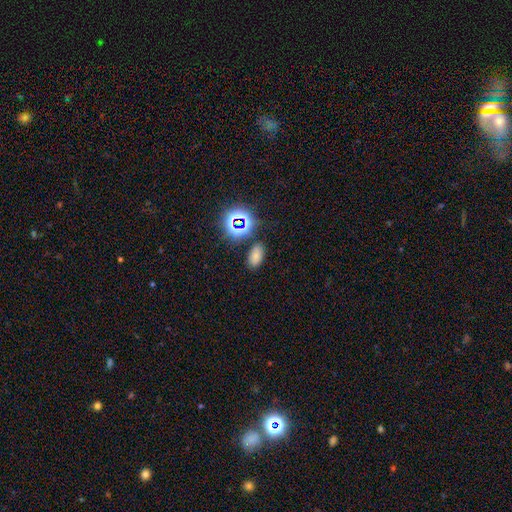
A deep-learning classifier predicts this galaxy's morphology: smooth_or_featured: smooth (p=0.68) [alt: star or artifact p=0.24]
how_rounded: in between (p=0.89) [alt: round p=0.09]
merging: none (p=0.82) [alt: minor disturbance p=0.11]